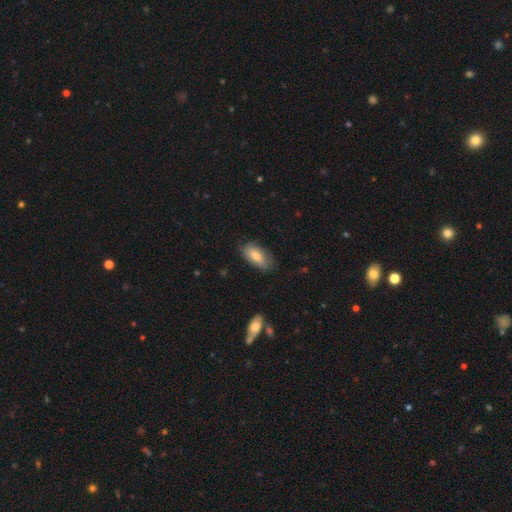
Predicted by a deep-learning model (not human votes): Smooth or featured? Predicted: smooth (p=0.75). How rounded? Predicted: in between (p=0.90). Merging? Predicted: none (p=0.72).